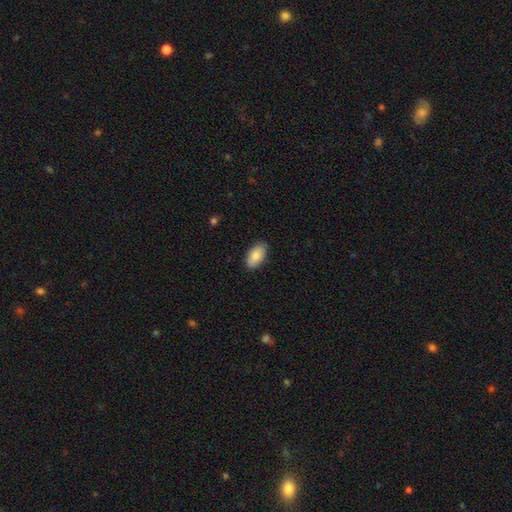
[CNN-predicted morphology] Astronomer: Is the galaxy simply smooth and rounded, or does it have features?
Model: smooth — 86%.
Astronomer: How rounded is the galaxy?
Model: in between — 94%.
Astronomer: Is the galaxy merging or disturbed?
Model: none — 86%.